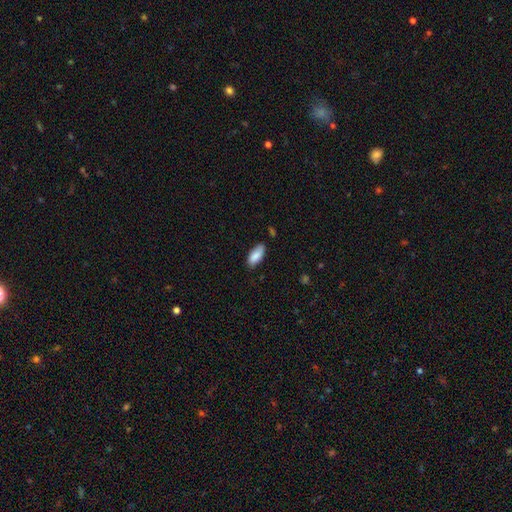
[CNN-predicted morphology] A smooth galaxy with no disk features (87%) that is in between round and cigar-shaped (88%). Merging: none (80%).